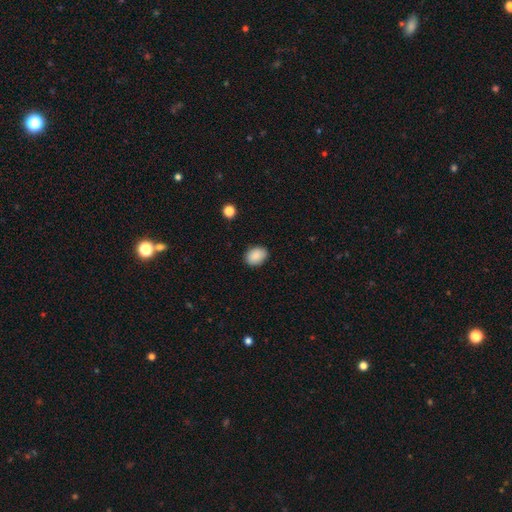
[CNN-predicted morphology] Overall: smooth (89%). How rounded: in between (73%). Merging: none (86%).